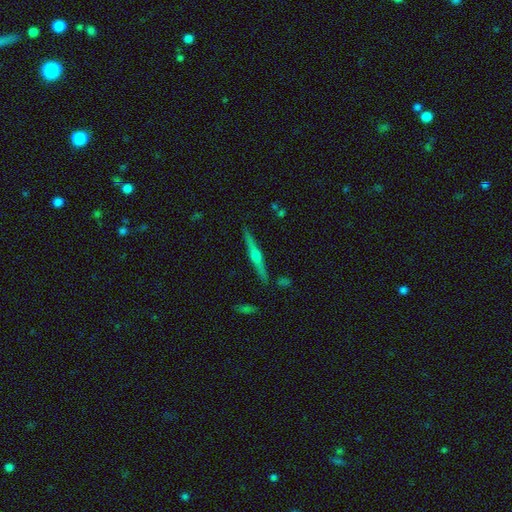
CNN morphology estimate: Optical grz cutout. It shows a featured or disk galaxy (79%) viewed edge-on (98%) with a rounded central bulge (93%). Merging: none (90%).